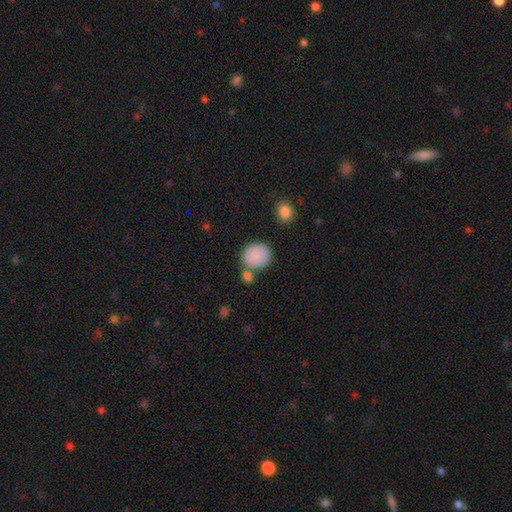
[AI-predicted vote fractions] Smooth or featured: smooth — 88% (star or artifact — 7%)
How rounded: round — 73% (in between — 26%)
Merging: none — 68% (merger — 14%)